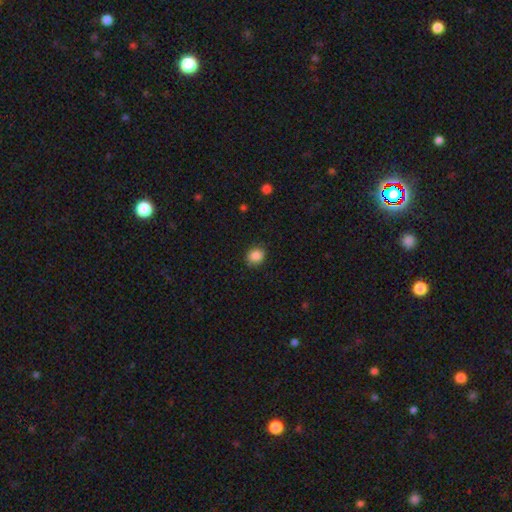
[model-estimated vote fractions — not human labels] This is clearly a smooth galaxy (87%). How rounded: likely round (69%). Merging: clearly none (87%).